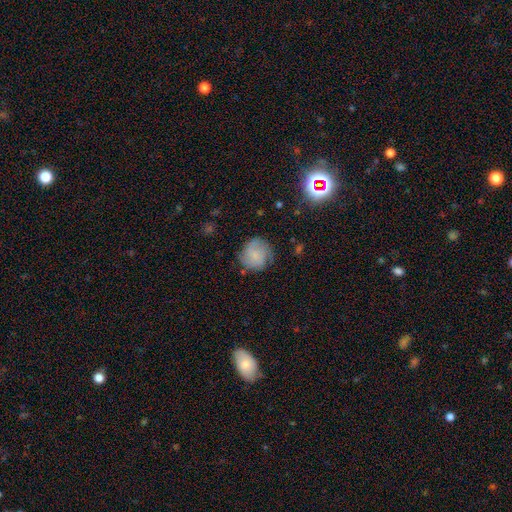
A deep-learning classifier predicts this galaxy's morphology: Q: Smooth or featured?
A: smooth (62%); runner-up: featured or disk (30%)
Q: How rounded?
A: round (89%); runner-up: in between (9%)
Q: Merging?
A: none (69%); runner-up: minor disturbance (22%)